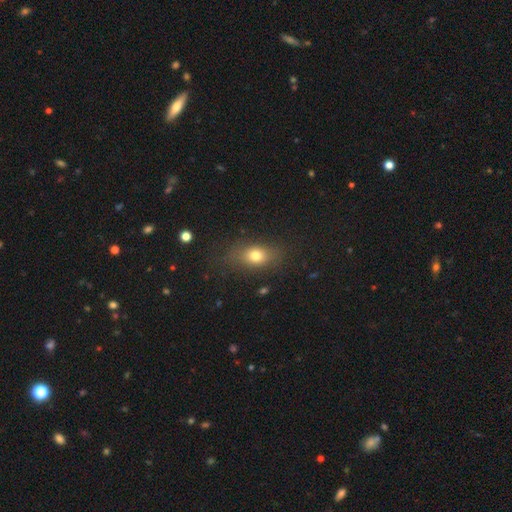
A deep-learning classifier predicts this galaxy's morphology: Smooth or featured? Predicted: smooth (p=0.76). How rounded? Predicted: in between (p=0.69). Merging? Predicted: none (p=0.76).